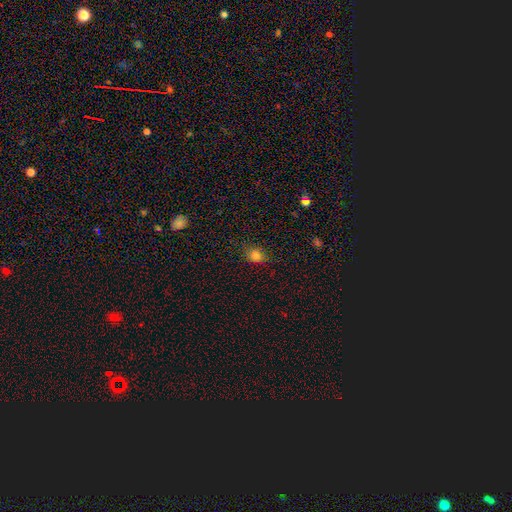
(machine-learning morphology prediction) This is clearly a smooth galaxy (81%). How rounded: likely round (63%). Merging: clearly none (81%).